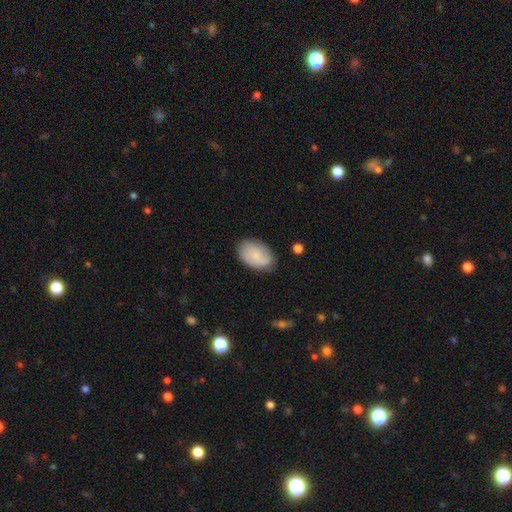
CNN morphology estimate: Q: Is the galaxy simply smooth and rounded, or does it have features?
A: smooth — 67%.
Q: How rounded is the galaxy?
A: in between — 89%.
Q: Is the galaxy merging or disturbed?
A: none — 77%.